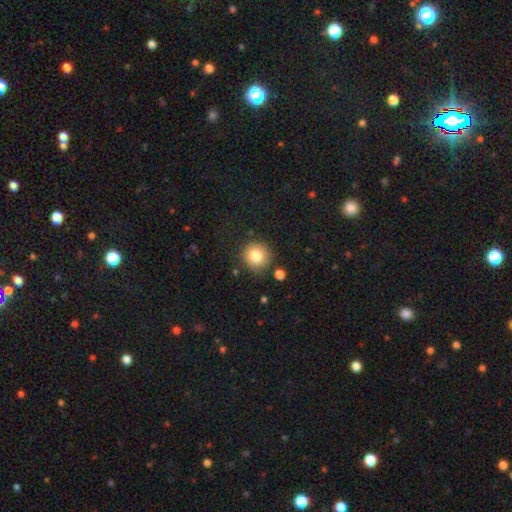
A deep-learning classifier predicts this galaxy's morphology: smooth-or-featured: smooth: 83% | star or artifact: 10% | featured or disk: 7%
  how-rounded: round: 92% | in between: 7% | cigar-shaped: 1%
  merging: none: 84% | minor disturbance: 10% | merger: 3% | major disturbance: 3%